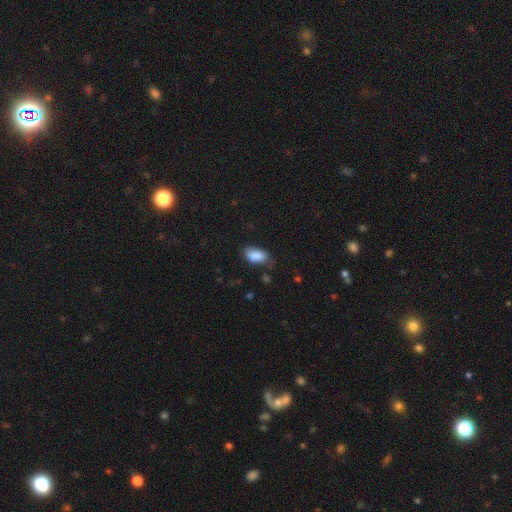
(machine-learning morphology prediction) type=smooth (88%); roundness=in between (93%); merging=none (69%).